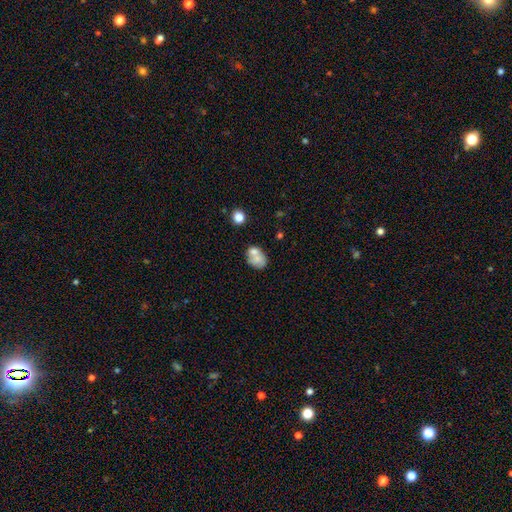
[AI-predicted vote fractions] Q: Smooth or featured?
A: smooth (67%); runner-up: featured or disk (24%)
Q: How rounded?
A: in between (63%); runner-up: round (36%)
Q: Merging?
A: none (40%); runner-up: merger (37%)